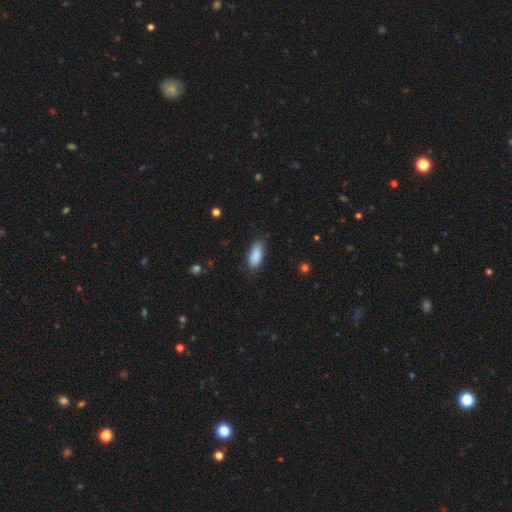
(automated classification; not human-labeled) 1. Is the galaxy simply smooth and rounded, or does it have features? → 89% smooth, 7% star or artifact, 5% featured or disk.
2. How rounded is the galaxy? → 85% in between, 13% cigar-shaped, 2% round.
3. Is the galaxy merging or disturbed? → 78% none, 17% minor disturbance, 3% major disturbance, 1% merger.